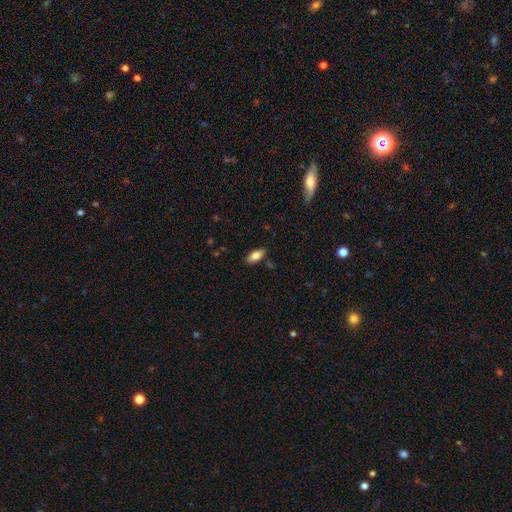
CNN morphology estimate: The model was most divided on "smooth or featured": smooth: 82%, featured or disk: 11%, star or artifact: 7%. More confident: how rounded — in between (90%); merging — none (84%).